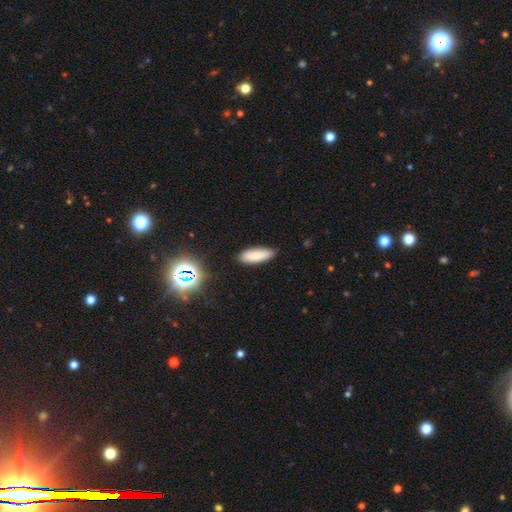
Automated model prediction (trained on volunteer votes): Smooth or featured? Predicted: smooth (p=0.82). How rounded? Predicted: in between (p=0.69). Merging? Predicted: none (p=0.80).